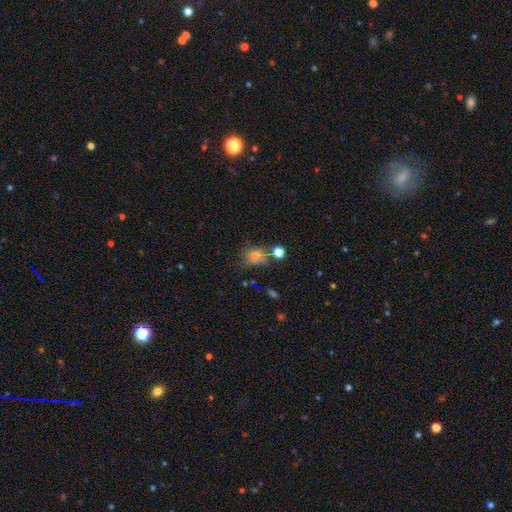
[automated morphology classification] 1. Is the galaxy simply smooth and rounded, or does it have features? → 73% smooth, 15% star or artifact, 12% featured or disk.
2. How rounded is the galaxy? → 55% in between, 43% round, 2% cigar-shaped.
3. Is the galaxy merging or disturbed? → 51% none, 24% minor disturbance, 14% merger, 12% major disturbance.